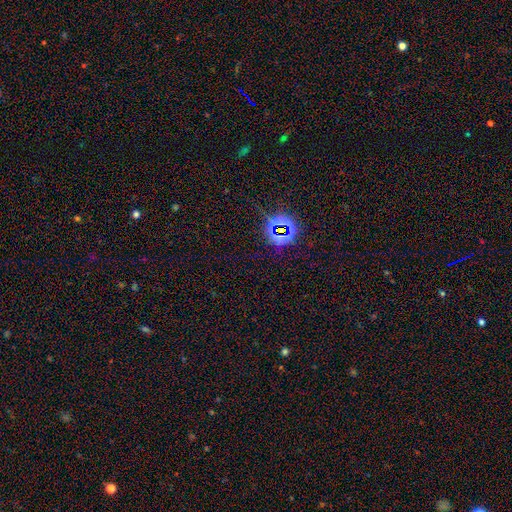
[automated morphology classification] smooth_or_featured: star or artifact (p=0.78) [alt: smooth p=0.14]